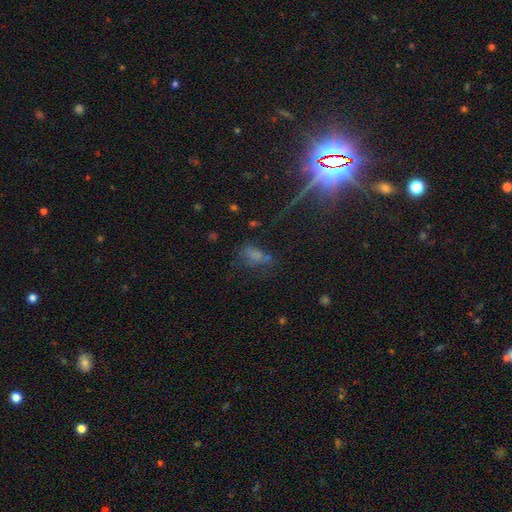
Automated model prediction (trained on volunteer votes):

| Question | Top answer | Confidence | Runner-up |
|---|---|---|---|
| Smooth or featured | smooth | 49% | star or artifact (32%) |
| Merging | none | 42% | major disturbance (27%) |